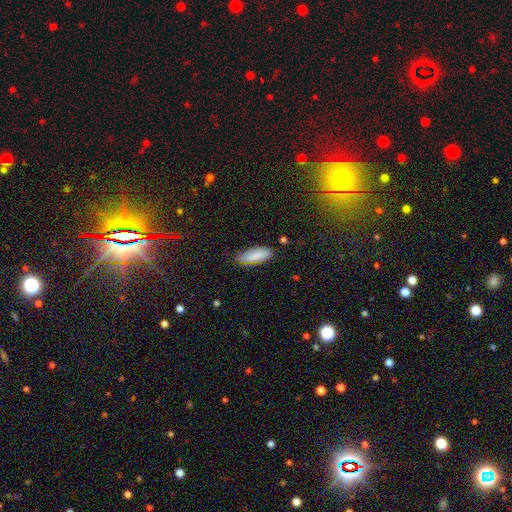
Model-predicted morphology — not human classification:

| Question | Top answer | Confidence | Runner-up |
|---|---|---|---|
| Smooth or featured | smooth | 85% | featured or disk (8%) |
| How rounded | in between | 71% | cigar-shaped (27%) |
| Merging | none | 79% | minor disturbance (16%) |